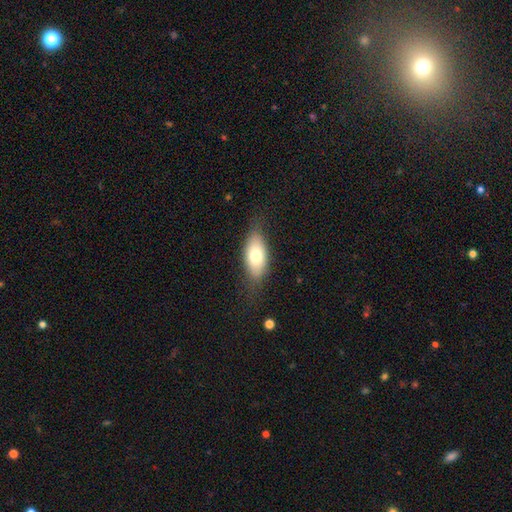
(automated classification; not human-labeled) Overall: smooth (72%). How rounded: in between (86%). Merging: none (74%).